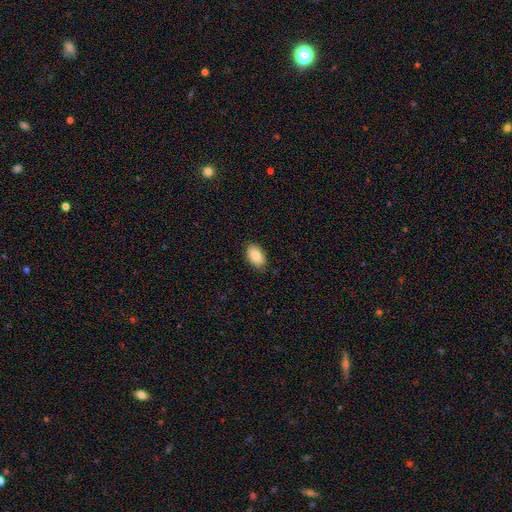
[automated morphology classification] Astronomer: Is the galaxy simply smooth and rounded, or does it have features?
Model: smooth — 85%.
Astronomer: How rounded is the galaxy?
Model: in between — 91%.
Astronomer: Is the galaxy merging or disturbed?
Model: none — 84%.